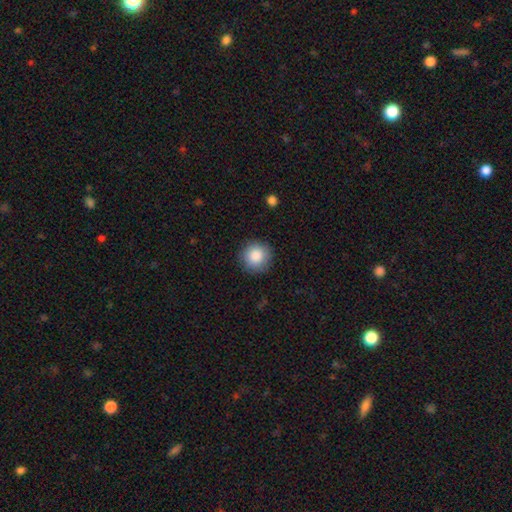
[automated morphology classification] Smooth or featured?
  - smooth: 87% *
  - star or artifact: 8%
  - featured or disk: 5%
How rounded?
  - round: 95% *
  - in between: 4%
  - cigar-shaped: 1%
Merging?
  - none: 90% *
  - minor disturbance: 7%
  - major disturbance: 2%
  - merger: 1%